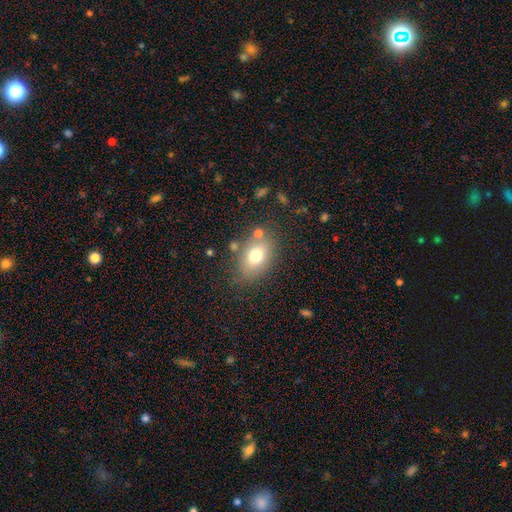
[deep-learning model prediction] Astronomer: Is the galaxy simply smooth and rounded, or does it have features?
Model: smooth — 73%.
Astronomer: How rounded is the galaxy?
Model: in between — 78%.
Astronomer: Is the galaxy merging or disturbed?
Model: none — 71%.